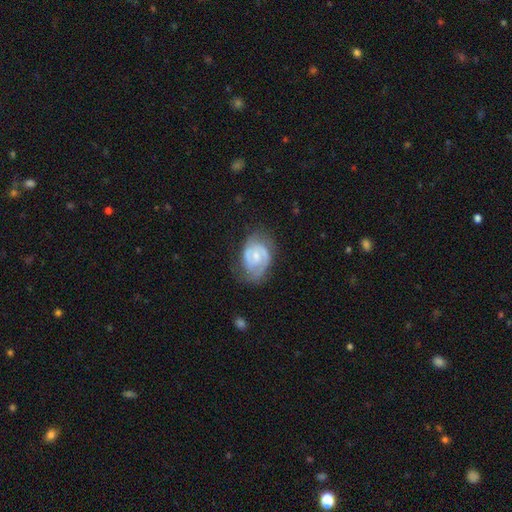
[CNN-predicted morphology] Q: Smooth or featured?
A: featured or disk (75%); runner-up: smooth (19%)
Q: Edge-on disk?
A: no (97%); runner-up: yes (3%)
Q: Bar?
A: weak (51%); runner-up: no (38%)
Q: Spiral arms?
A: yes (90%); runner-up: no (10%)
Q: Spiral winding?
A: tight (47%); runner-up: medium (40%)
Q: Spiral arm count?
A: 2 (67%); runner-up: can't tell (16%)
Q: Bulge size?
A: small (50%); runner-up: moderate (38%)
Q: Merging?
A: none (60%); runner-up: minor disturbance (25%)